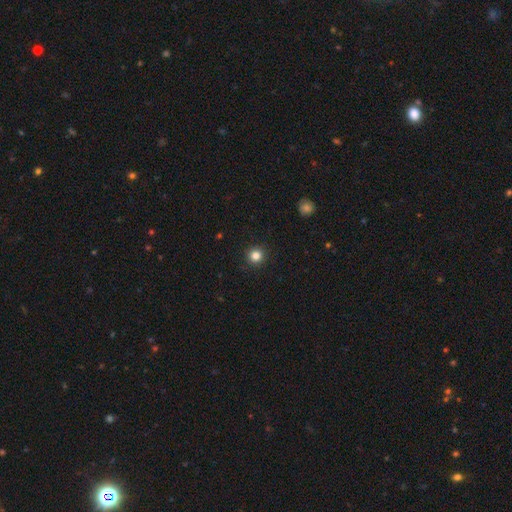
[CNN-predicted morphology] A smooth galaxy with no disk features (83%) that is round (95%).

Vote fractions:
- Smooth or featured? smooth: 83% / star or artifact: 12% / featured or disk: 4%
- How rounded? round: 95% / in between: 4% / cigar-shaped: 1%
- Merging? none: 93% / minor disturbance: 5% / major disturbance: 2% / merger: 1%